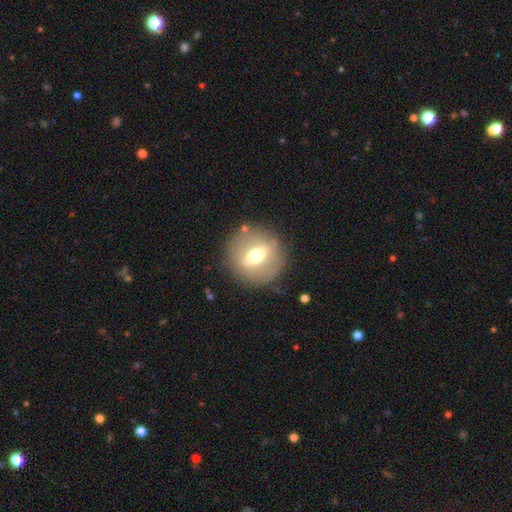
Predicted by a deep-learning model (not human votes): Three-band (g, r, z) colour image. It shows a featured or disk galaxy (55%). Merging: none (84%).